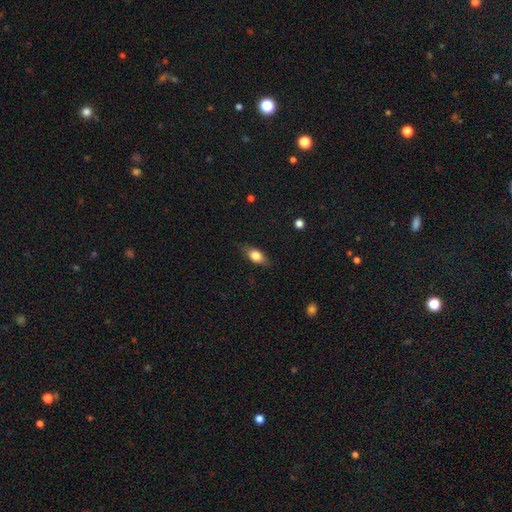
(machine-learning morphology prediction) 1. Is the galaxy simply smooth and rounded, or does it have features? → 70% smooth, 22% featured or disk, 8% star or artifact.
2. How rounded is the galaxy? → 77% in between, 14% cigar-shaped, 9% round.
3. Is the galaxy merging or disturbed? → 79% none, 16% minor disturbance, 4% major disturbance, 1% merger.